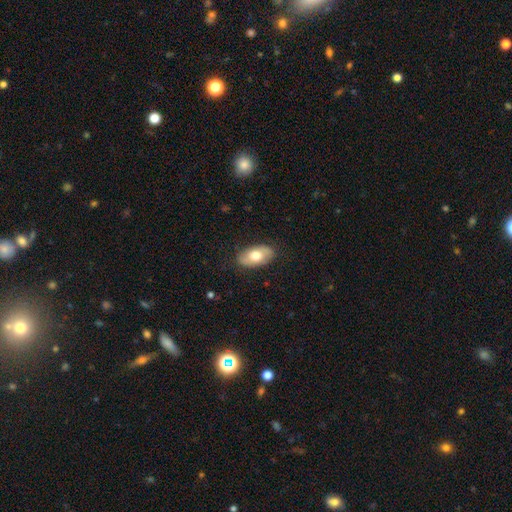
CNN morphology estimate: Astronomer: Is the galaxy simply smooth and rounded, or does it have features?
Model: smooth — 70%.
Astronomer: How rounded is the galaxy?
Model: in between — 93%.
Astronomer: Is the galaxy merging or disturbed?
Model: none — 84%.